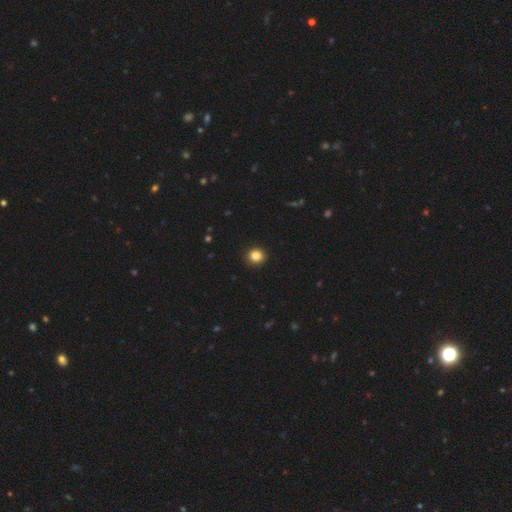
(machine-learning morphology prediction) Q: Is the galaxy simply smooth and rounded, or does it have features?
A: smooth — 85%.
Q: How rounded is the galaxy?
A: round — 89%.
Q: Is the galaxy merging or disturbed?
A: none — 92%.